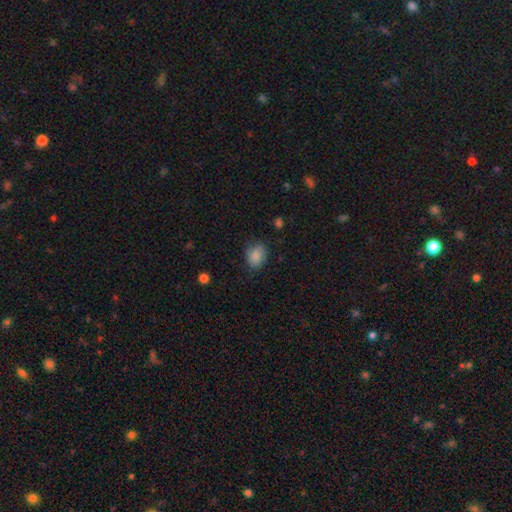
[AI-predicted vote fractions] Smooth or featured? Predicted: smooth (p=0.86). How rounded? Predicted: in between (p=0.57). Merging? Predicted: none (p=0.74).